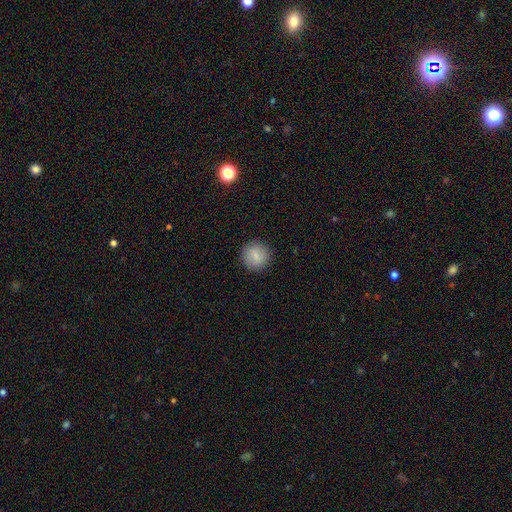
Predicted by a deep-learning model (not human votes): This appears to be a smooth galaxy with no disk features (83%) that is round (93%). Merging: none (90%).